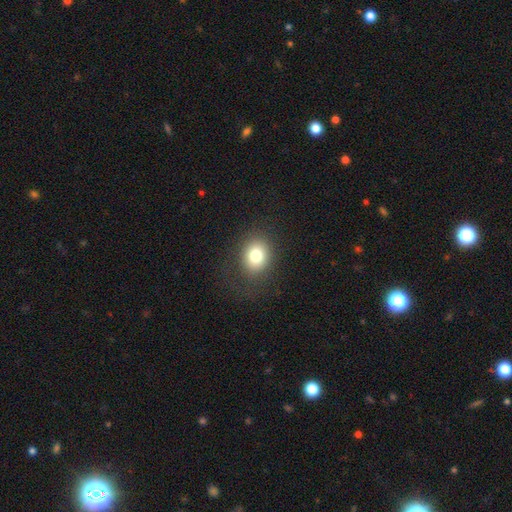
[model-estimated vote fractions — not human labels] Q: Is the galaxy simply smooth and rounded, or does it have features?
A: smooth — 78%.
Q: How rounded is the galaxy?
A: round — 53%.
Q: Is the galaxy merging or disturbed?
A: none — 82%.